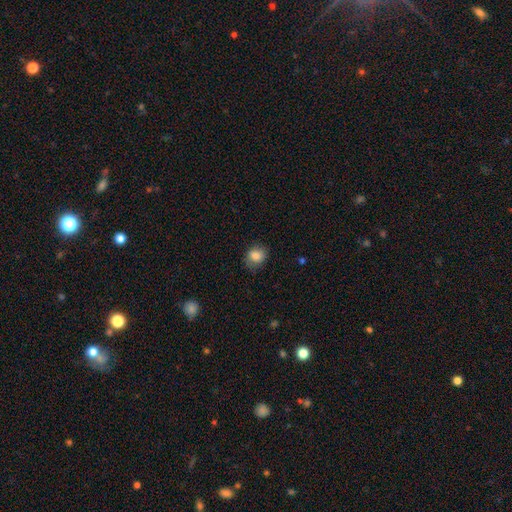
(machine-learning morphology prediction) Smooth or featured? Predicted: smooth (p=0.84). How rounded? Predicted: round (p=0.64). Merging? Predicted: none (p=0.78).